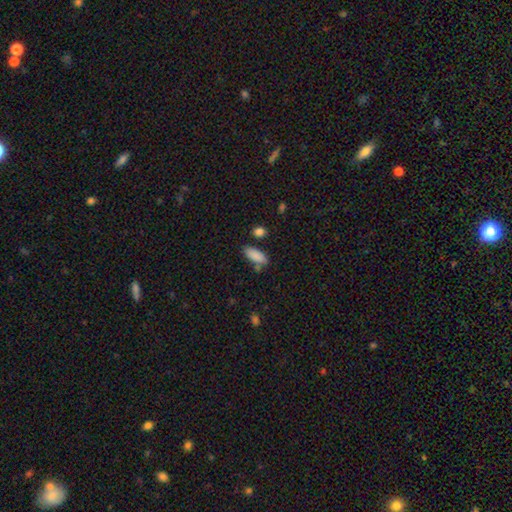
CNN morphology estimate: Q: Smooth or featured?
A: smooth (88%); runner-up: star or artifact (7%)
Q: How rounded?
A: in between (79%); runner-up: cigar-shaped (19%)
Q: Merging?
A: none (75%); runner-up: minor disturbance (13%)